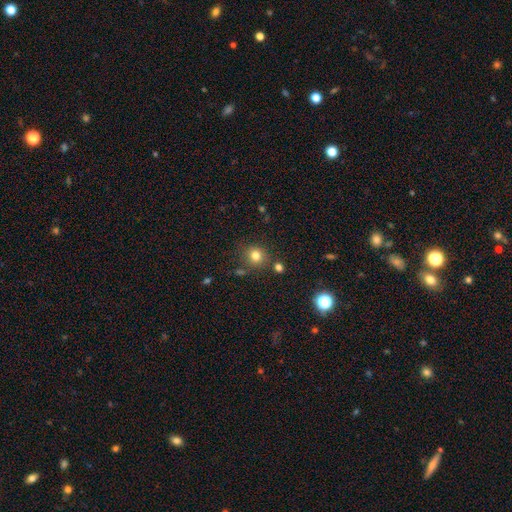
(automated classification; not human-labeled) This is likely a smooth galaxy (79%). How rounded: clearly round (88%). Merging: clearly none (81%).